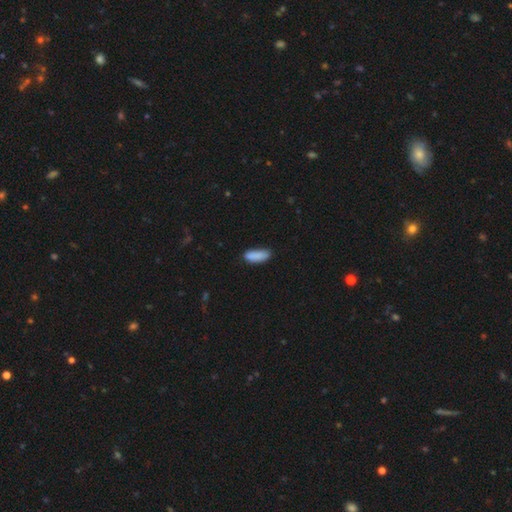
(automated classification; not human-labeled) This is clearly a smooth galaxy (87%). How rounded: likely in between (61%). Merging: likely none (74%).